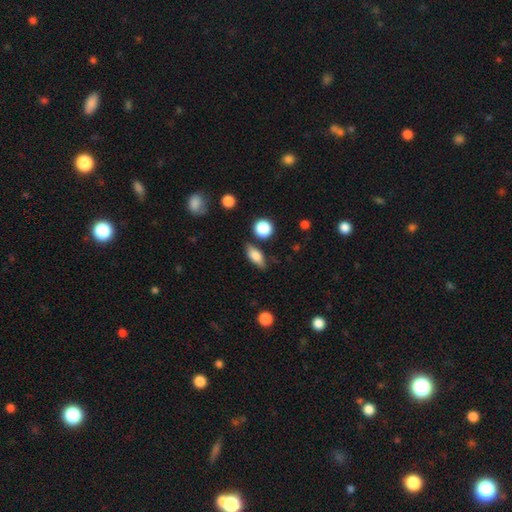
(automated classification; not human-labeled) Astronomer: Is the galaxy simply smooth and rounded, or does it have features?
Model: smooth — 73%.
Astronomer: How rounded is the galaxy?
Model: in between — 71%.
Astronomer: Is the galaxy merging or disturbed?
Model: none — 77%.